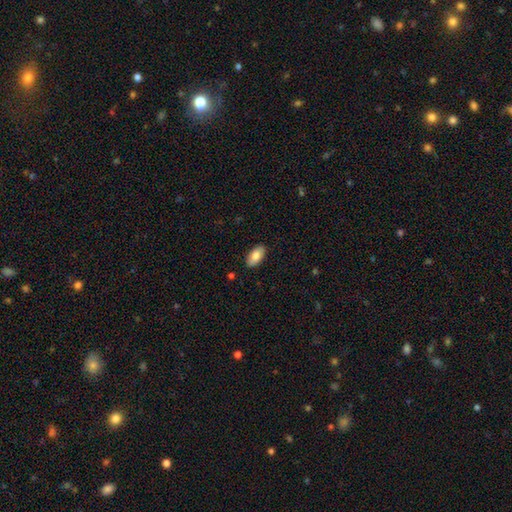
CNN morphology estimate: smooth-or-featured: smooth: 81% | featured or disk: 12% | star or artifact: 6%
  how-rounded: in between: 93% | cigar-shaped: 4% | round: 3%
  merging: none: 88% | minor disturbance: 9% | major disturbance: 2% | merger: 1%